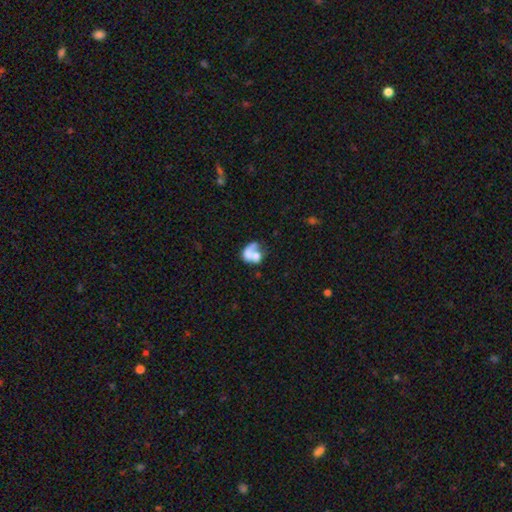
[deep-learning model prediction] Q: Smooth or featured?
A: smooth (52%); runner-up: featured or disk (38%)
Q: How rounded?
A: in between (58%); runner-up: round (40%)
Q: Merging?
A: merger (57%); runner-up: none (18%)